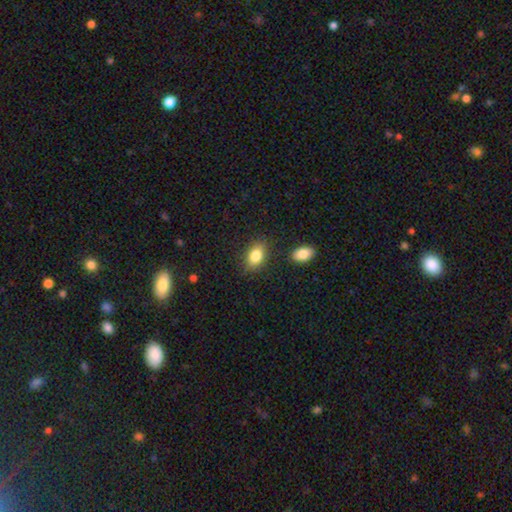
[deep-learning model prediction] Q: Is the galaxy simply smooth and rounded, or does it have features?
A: smooth — 84%.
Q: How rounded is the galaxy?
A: in between — 87%.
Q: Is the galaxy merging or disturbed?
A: none — 82%.